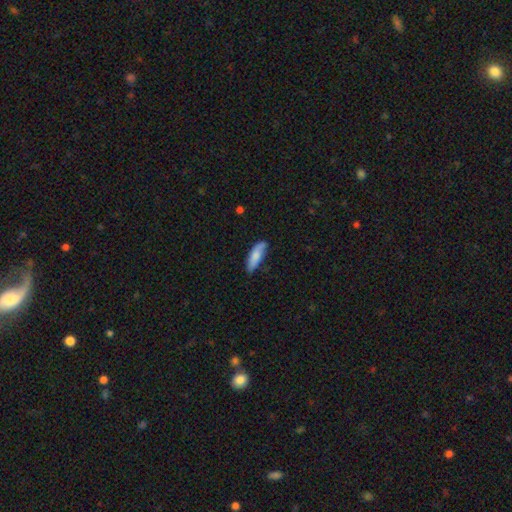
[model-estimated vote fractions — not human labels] smooth 74%, featured or disk 20%, star or artifact 6%. Down the decision tree: how rounded — in between (56%); merging — none (69%).